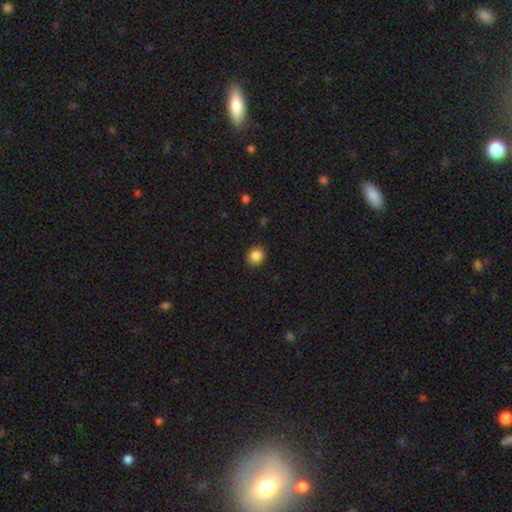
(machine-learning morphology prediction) Smooth or featured?
  - smooth: 86% *
  - star or artifact: 10%
  - featured or disk: 4%
How rounded?
  - round: 76% *
  - in between: 23%
  - cigar-shaped: 1%
Merging?
  - none: 90% *
  - minor disturbance: 7%
  - major disturbance: 2%
  - merger: 1%